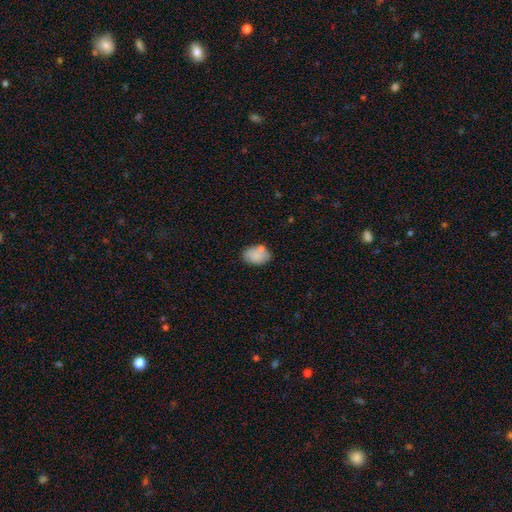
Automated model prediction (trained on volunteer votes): Q: Smooth or featured?
A: smooth (83%); runner-up: featured or disk (10%)
Q: How rounded?
A: in between (85%); runner-up: round (14%)
Q: Merging?
A: none (67%); runner-up: minor disturbance (17%)